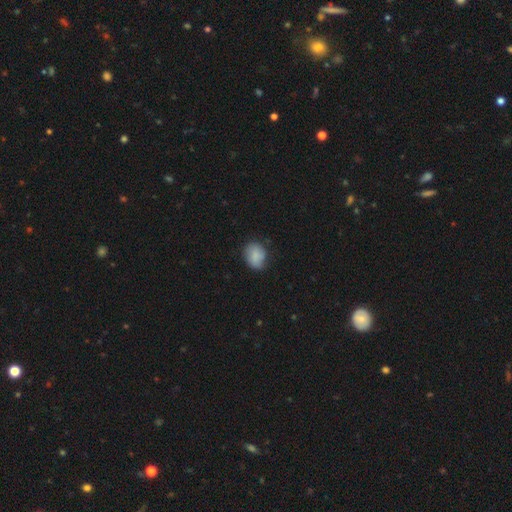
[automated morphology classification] Smooth or featured? Predicted: smooth (p=0.79). How rounded? Predicted: in between (p=0.51). Merging? Predicted: none (p=0.66).